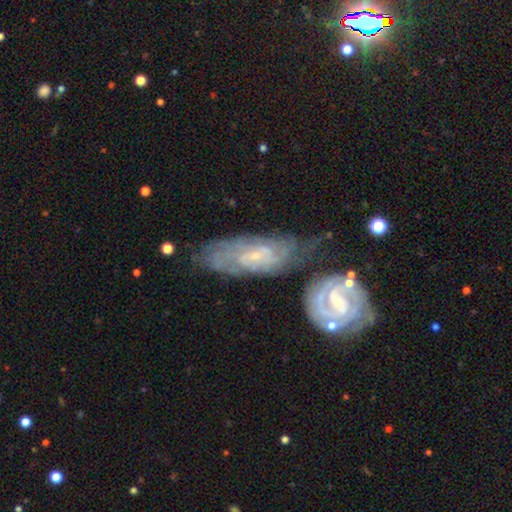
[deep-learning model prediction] smooth_or_featured: featured or disk (p=0.75) [alt: smooth p=0.18]
disk_edge_on: no (p=0.89) [alt: yes p=0.11]
bar: weak (p=0.46) [alt: no p=0.42]
has_spiral_arms: yes (p=0.89) [alt: no p=0.11]
spiral_winding: tight (p=0.62) [alt: medium p=0.29]
spiral_arm_count: can't tell (p=0.53) [alt: 2 p=0.22]
bulge_size: small (p=0.69) [alt: moderate p=0.18]
merging: none (p=0.47) [alt: minor disturbance p=0.23]